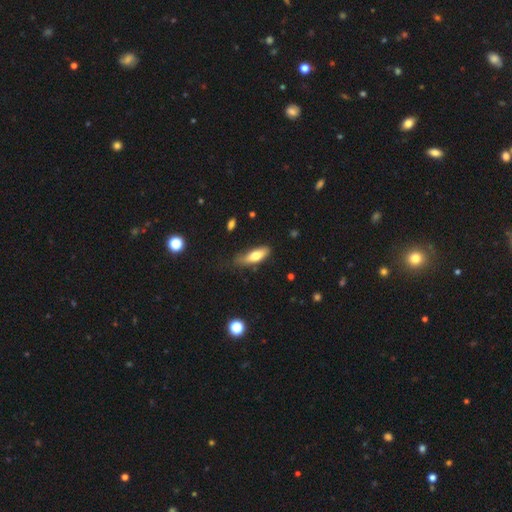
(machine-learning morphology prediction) The model was most divided on "merging": none: 55%, minor disturbance: 32%, major disturbance: 10%, merger: 2%. More confident: smooth or featured — smooth (70%); how rounded — in between (61%).